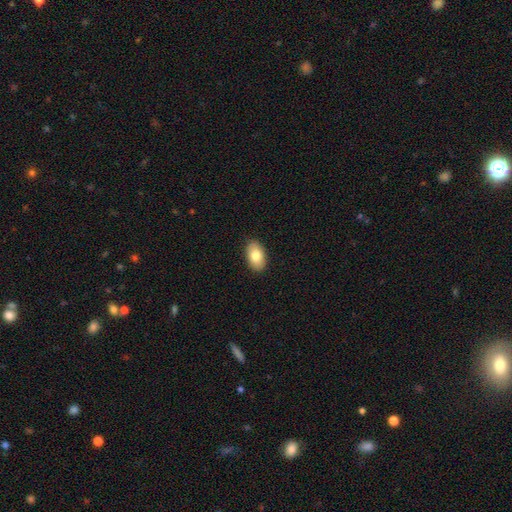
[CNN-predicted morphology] smooth_or_featured: smooth (p=0.80) [alt: featured or disk p=0.13]
how_rounded: in between (p=0.92) [alt: round p=0.07]
merging: none (p=0.89) [alt: minor disturbance p=0.08]